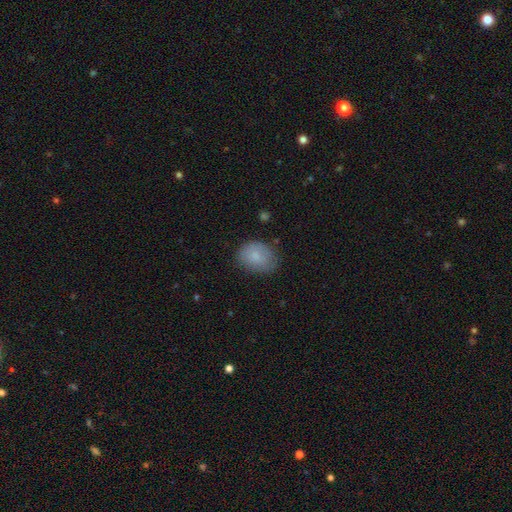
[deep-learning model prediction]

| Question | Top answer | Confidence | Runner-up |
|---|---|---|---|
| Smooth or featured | smooth | 80% | featured or disk (13%) |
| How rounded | in between | 66% | round (33%) |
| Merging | none | 70% | minor disturbance (23%) |